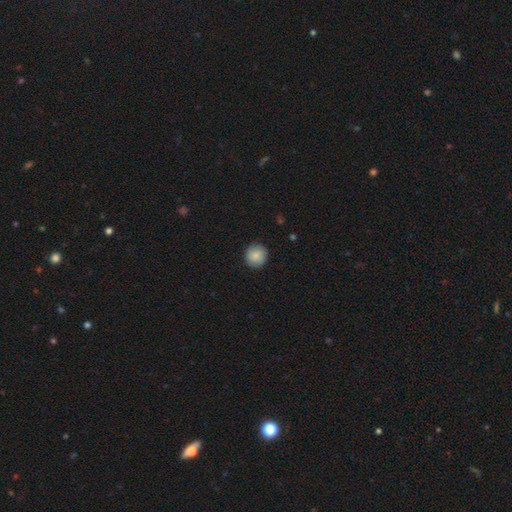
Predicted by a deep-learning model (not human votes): This is clearly a smooth galaxy (84%). How rounded: clearly round (93%). Merging: clearly none (88%).